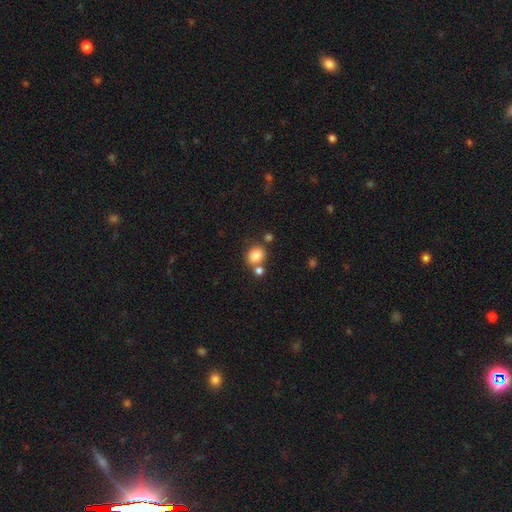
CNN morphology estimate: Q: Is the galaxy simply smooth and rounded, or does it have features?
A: smooth — 83%.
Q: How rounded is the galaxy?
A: round — 69%.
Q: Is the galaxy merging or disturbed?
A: none — 64%.